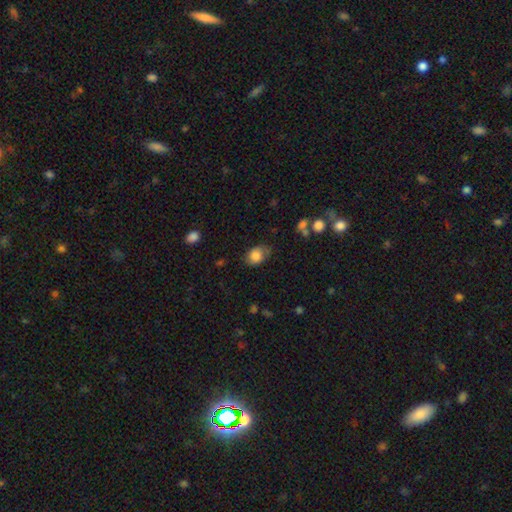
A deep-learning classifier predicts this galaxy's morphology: A smooth galaxy with no disk features (80%) that is in between round and cigar-shaped (73%).

Vote fractions:
- Smooth or featured? smooth: 80% / featured or disk: 12% / star or artifact: 8%
- How rounded? in between: 73% / round: 26% / cigar-shaped: 1%
- Merging? none: 65% / minor disturbance: 25% / major disturbance: 8% / merger: 2%